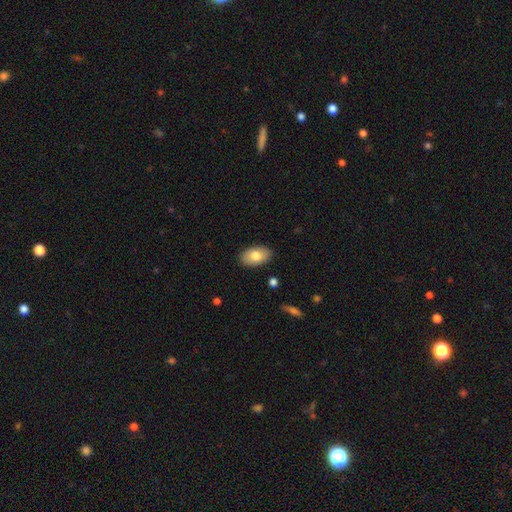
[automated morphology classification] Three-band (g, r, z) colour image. It shows a smooth galaxy with no disk features (77%) that is in between round and cigar-shaped (93%). Merging: none (88%).